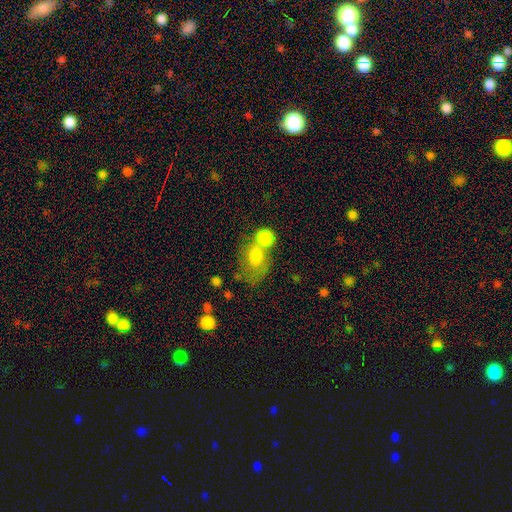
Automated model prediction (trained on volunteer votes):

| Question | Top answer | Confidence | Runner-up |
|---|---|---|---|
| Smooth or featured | smooth | 74% | featured or disk (17%) |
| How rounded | round | 50% | in between (48%) |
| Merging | merger | 53% | none (25%) |